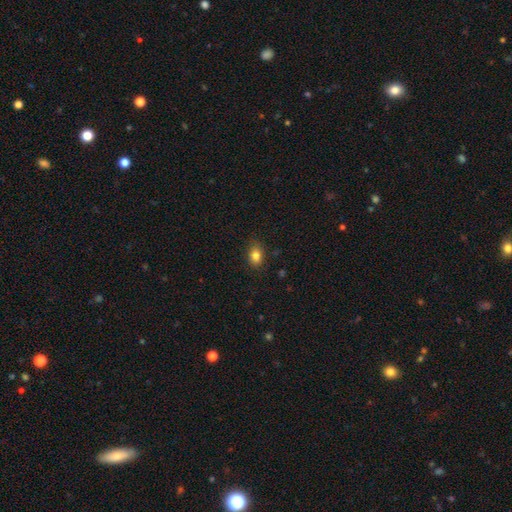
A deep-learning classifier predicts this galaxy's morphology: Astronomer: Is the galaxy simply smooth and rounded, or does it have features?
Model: smooth — 83%.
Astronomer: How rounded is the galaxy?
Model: in between — 72%.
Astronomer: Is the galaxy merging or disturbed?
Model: none — 84%.